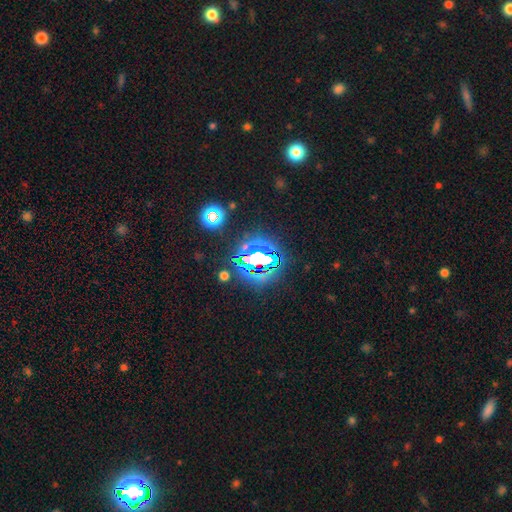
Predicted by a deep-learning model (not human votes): Smooth or featured? star or artifact (74%)